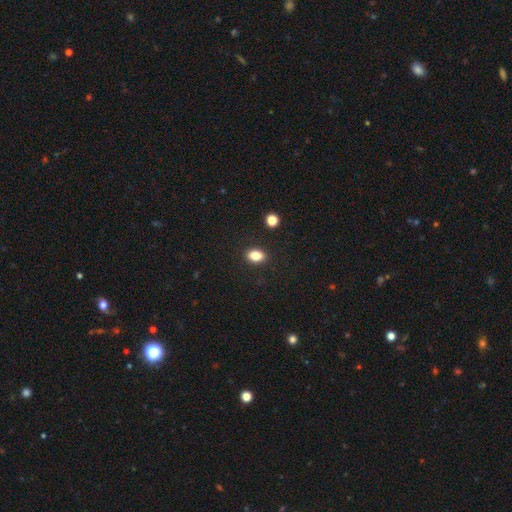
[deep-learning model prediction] Smooth or featured?
  - smooth: 83% *
  - star or artifact: 10%
  - featured or disk: 7%
How rounded?
  - in between: 79% *
  - round: 19%
  - cigar-shaped: 2%
Merging?
  - none: 88% *
  - minor disturbance: 8%
  - major disturbance: 2%
  - merger: 2%